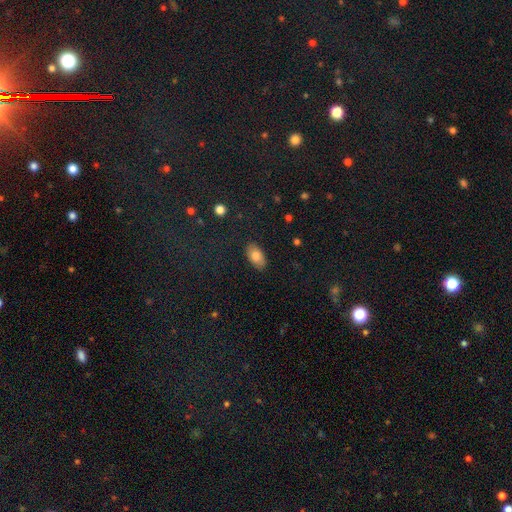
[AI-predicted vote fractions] Q: Smooth or featured?
A: smooth (83%); runner-up: featured or disk (10%)
Q: How rounded?
A: in between (93%); runner-up: round (5%)
Q: Merging?
A: none (85%); runner-up: minor disturbance (11%)